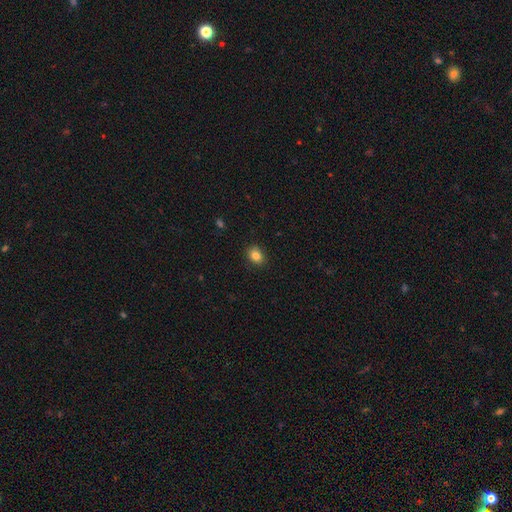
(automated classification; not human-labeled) Smooth or featured? Predicted: smooth (p=0.84). How rounded? Predicted: in between (p=0.54). Merging? Predicted: none (p=0.88).